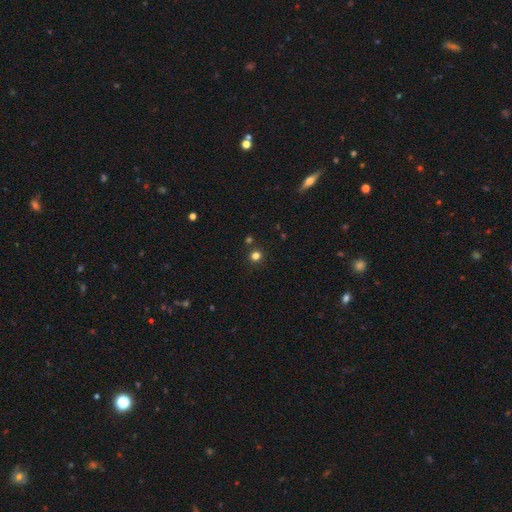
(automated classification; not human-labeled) Smooth or featured? Predicted: smooth (p=0.76). How rounded? Predicted: round (p=0.92). Merging? Predicted: none (p=0.86).